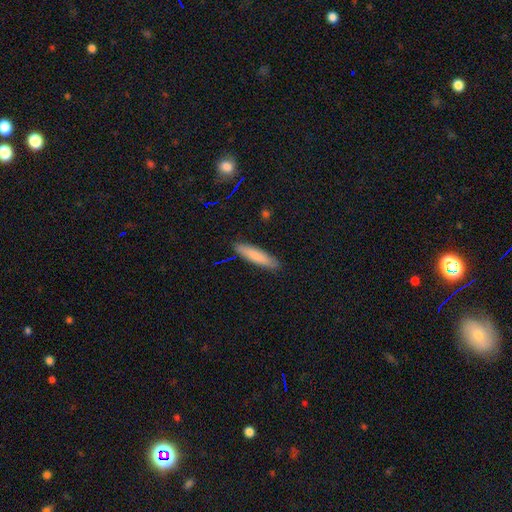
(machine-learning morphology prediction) Smooth or featured?
  - smooth: 80% *
  - featured or disk: 14%
  - star or artifact: 6%
How rounded?
  - cigar-shaped: 81% *
  - in between: 17%
  - round: 1%
Merging?
  - none: 88% *
  - minor disturbance: 9%
  - major disturbance: 2%
  - merger: 1%